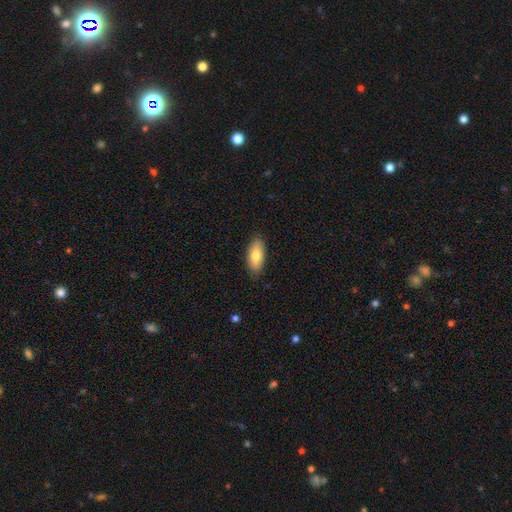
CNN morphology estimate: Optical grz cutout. It shows a smooth galaxy with no disk features (78%) that is in between round and cigar-shaped (85%). Merging: none (85%).